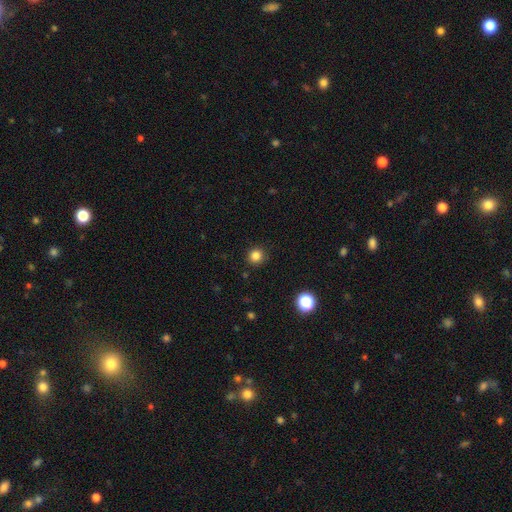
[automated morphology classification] Smooth or featured? Predicted: smooth (p=0.83). How rounded? Predicted: round (p=0.92). Merging? Predicted: none (p=0.91).